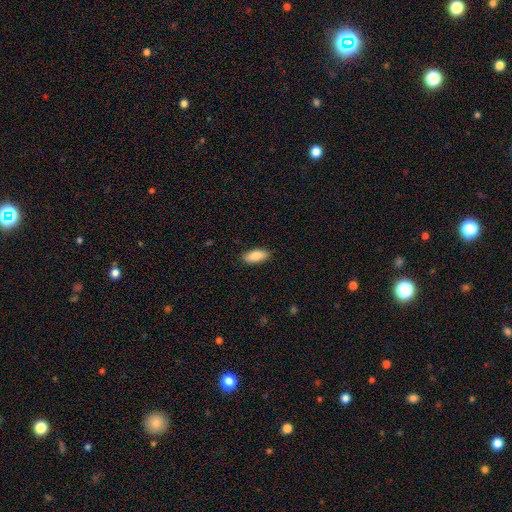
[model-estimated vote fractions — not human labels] The model was most divided on "how rounded": in between: 85%, cigar-shaped: 13%, round: 2%. More confident: merging — none (89%); smooth or featured — smooth (87%).